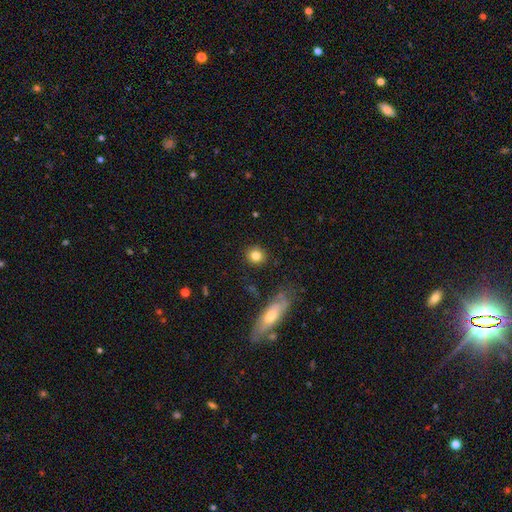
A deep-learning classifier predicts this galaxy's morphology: This appears to be a smooth galaxy with no disk features (82%) that is round (86%). Merging: none (88%).